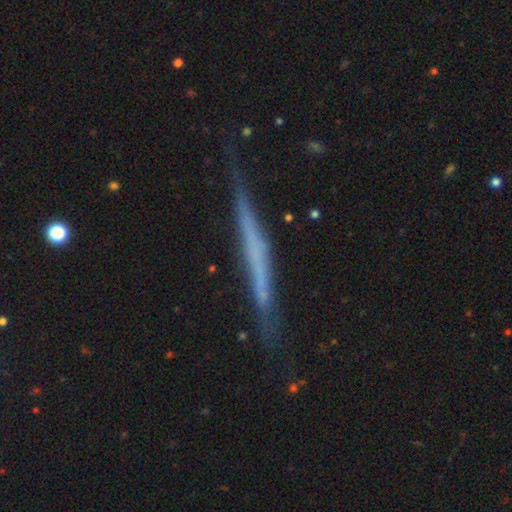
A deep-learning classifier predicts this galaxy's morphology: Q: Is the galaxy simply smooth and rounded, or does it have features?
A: featured or disk — 62%.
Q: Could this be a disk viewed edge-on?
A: yes — 96%.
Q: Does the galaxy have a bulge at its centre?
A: none — 84%.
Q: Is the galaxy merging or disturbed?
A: none — 81%.